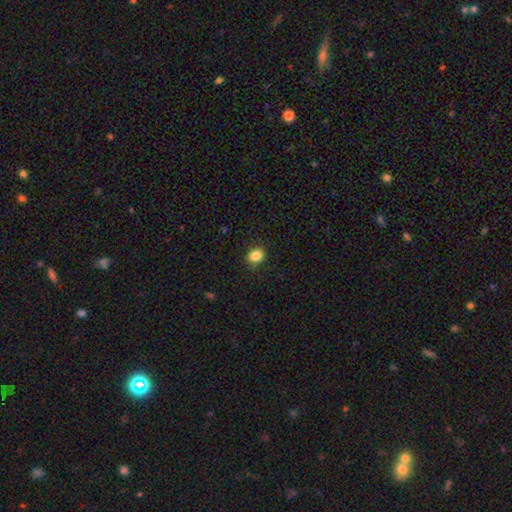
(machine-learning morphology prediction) smooth 85%, star or artifact 10%, featured or disk 4%. Down the decision tree: how rounded — round (57%); merging — none (87%).